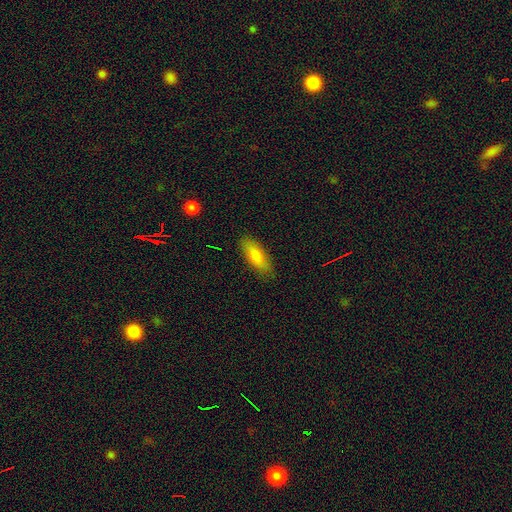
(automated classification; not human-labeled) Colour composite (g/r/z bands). It shows a smooth galaxy with no disk features (80%) that is in between round and cigar-shaped (66%). Merging: none (87%).